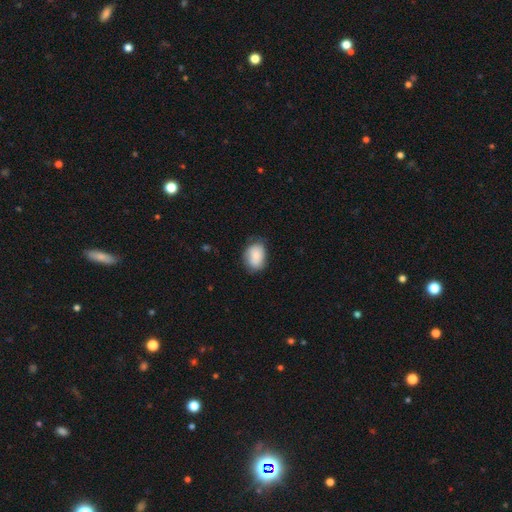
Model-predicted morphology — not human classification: This appears to be a smooth galaxy with no disk features (82%) that is in between round and cigar-shaped (75%). Merging: none (69%).